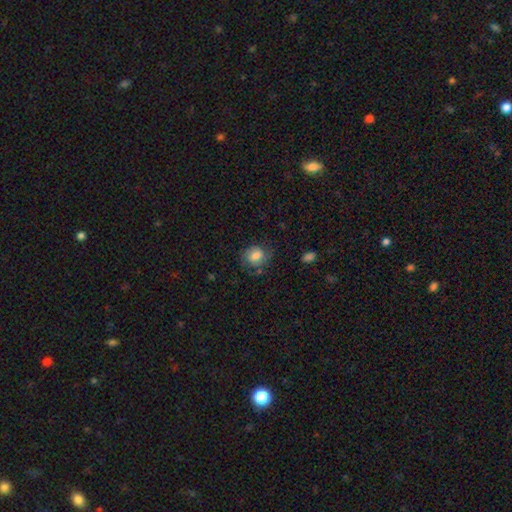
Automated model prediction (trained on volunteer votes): A smooth galaxy with no disk features (67%) that is round (61%). Merging: none (60%).